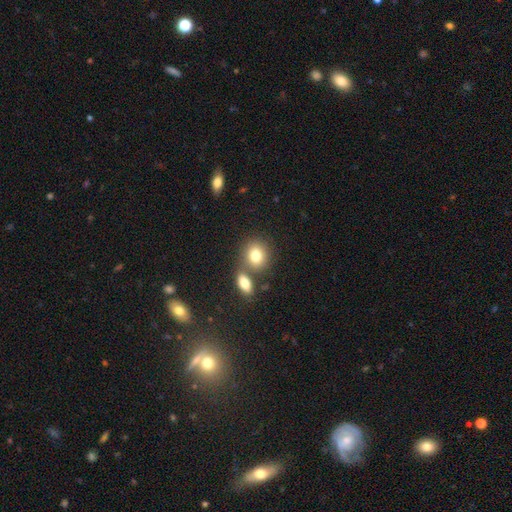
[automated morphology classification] Smooth or featured? smooth (79%)
How rounded? round (66%)
Merging? none (58%)